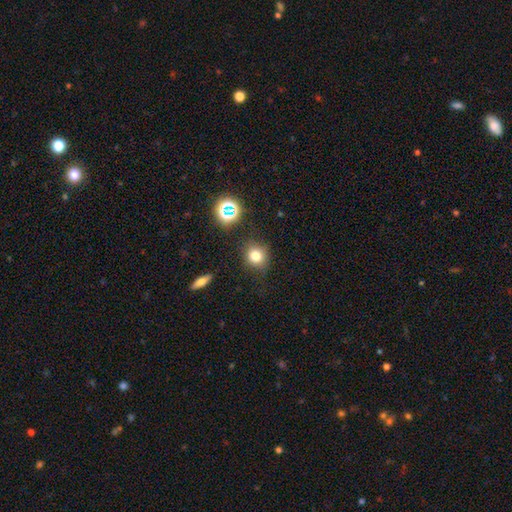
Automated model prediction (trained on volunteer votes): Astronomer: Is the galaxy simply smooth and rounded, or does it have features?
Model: smooth — 75%.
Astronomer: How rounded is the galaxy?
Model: round — 83%.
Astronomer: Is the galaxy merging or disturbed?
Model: none — 81%.